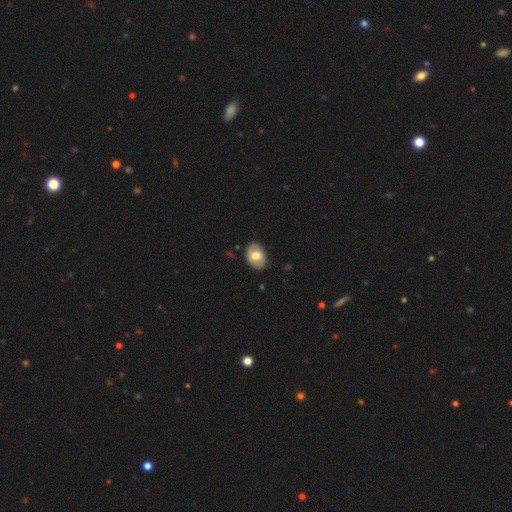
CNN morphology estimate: Q: Smooth or featured?
A: smooth (67%); runner-up: featured or disk (26%)
Q: How rounded?
A: in between (78%); runner-up: round (21%)
Q: Merging?
A: none (81%); runner-up: minor disturbance (15%)